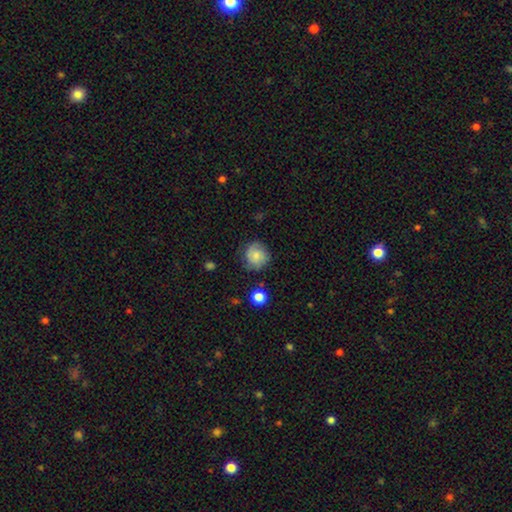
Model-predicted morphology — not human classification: smooth 72%, featured or disk 19%, star or artifact 9%. Down the decision tree: how rounded — round (89%); merging — none (74%).